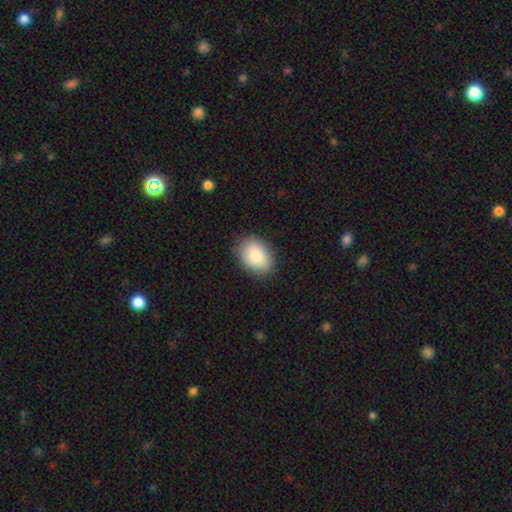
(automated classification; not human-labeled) The model was most divided on "how rounded": in between: 78%, round: 21%, cigar-shaped: 1%. More confident: merging — none (86%); smooth or featured — smooth (86%).